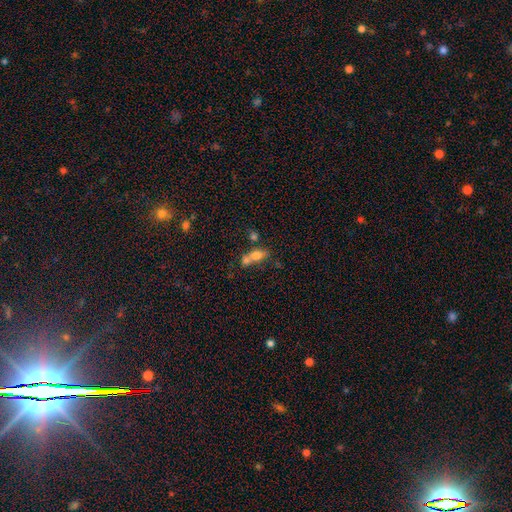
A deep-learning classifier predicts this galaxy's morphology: type=smooth (65%); roundness=in between (68%); merging=merger (56%).